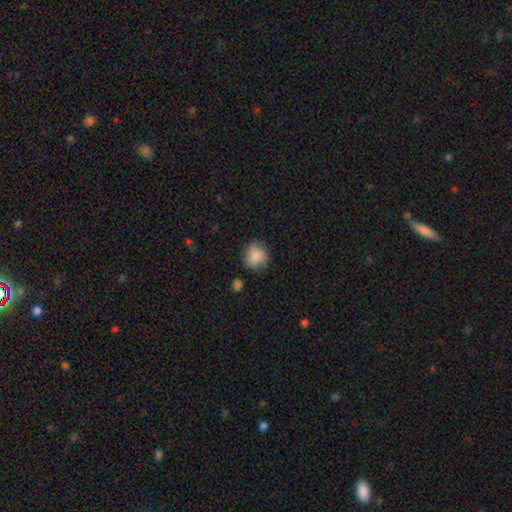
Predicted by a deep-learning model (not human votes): This is clearly a smooth galaxy (85%). How rounded: clearly round (85%). Merging: likely none (75%).